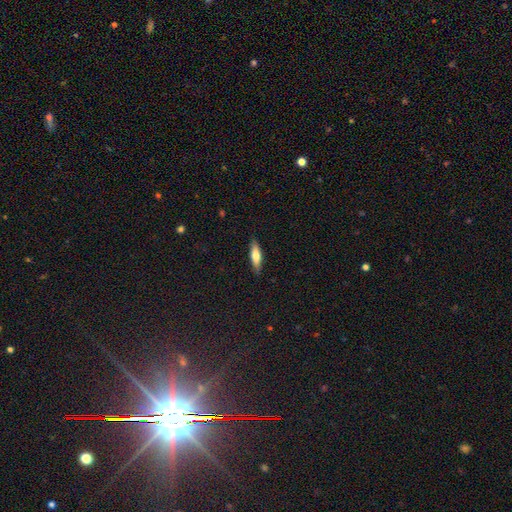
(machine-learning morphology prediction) smooth 61%, featured or disk 32%, star or artifact 6%. Down the decision tree: how rounded — cigar-shaped (65%); merging — none (87%).